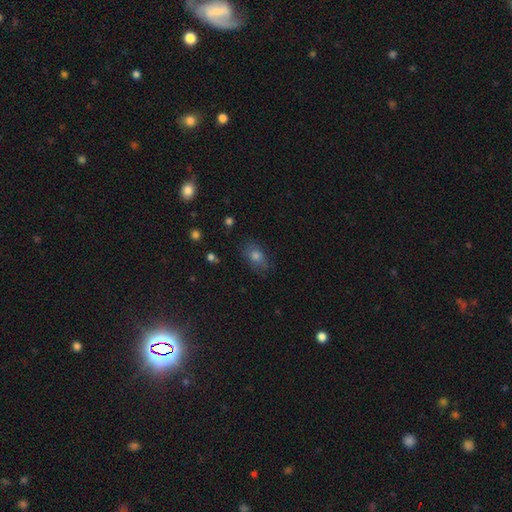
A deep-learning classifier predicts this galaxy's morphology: smooth 67%, star or artifact 17%, featured or disk 16%. Down the decision tree: how rounded — in between (78%); merging — none (76%).